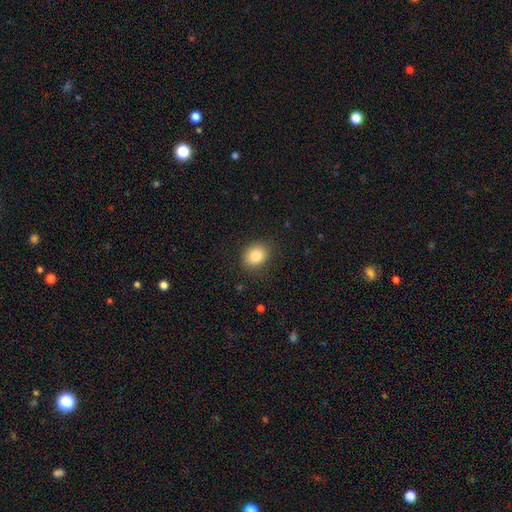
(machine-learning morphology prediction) Overall: smooth (83%). How rounded: round (53%; in between 46%). Merging: none (86%).